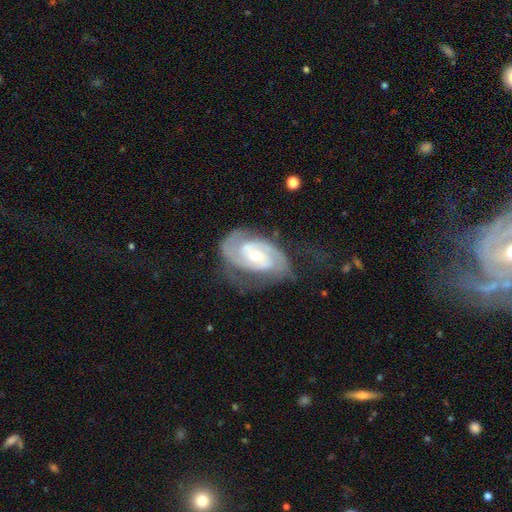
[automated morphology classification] Smooth or featured? featured or disk (88%)
Edge-on disk? no (97%)
Bar? no (51%)
Spiral arms? yes (96%)
Spiral winding? tight (55%)
Spiral arm count? 2 (70%)
Bulge size? moderate (48%, tied with small)
Merging? none (61%)